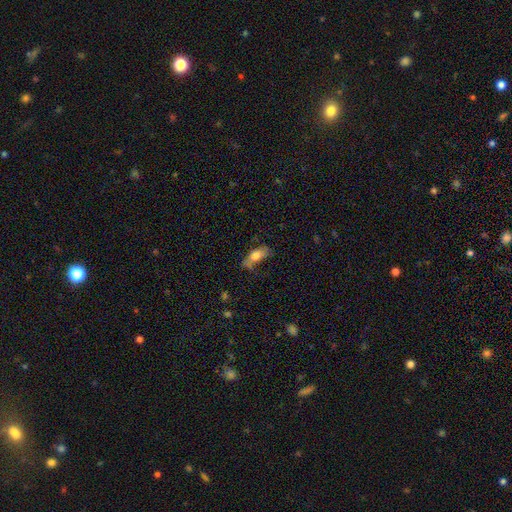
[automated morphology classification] The model was most divided on "merging": none: 42%, minor disturbance: 31%, major disturbance: 22%, merger: 5%. More confident: how rounded — in between (81%); smooth or featured — smooth (67%).